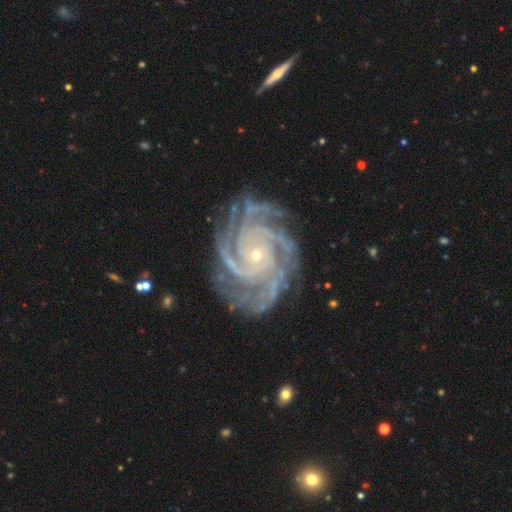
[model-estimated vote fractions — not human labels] Overall: featured or disk (93%). Edge-on disk: no (98%). Bar: no (73%). Spiral arms: yes (99%). Spiral arm count: 4 (32%; more than 4 22%). Spiral winding: tight (75%). Bulge size: small (84%). Merging: none (79%).